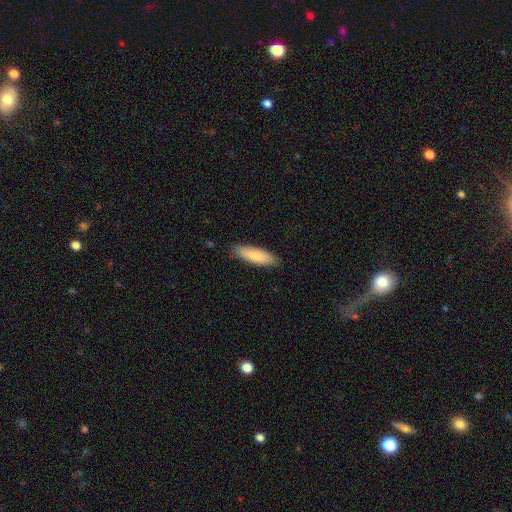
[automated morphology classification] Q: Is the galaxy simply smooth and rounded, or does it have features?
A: smooth — 81%.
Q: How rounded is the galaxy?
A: cigar-shaped — 51%.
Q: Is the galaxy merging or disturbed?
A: none — 86%.